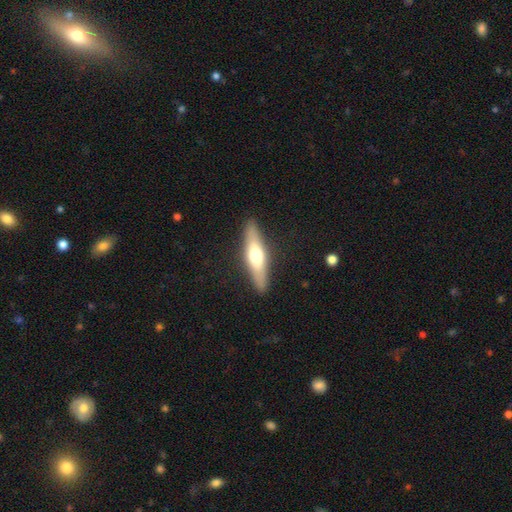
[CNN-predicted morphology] A featured or disk galaxy (50%) viewed edge-on (88%).

Vote fractions:
- Smooth or featured? featured or disk: 50% / smooth: 44% / star or artifact: 5%
- Edge-on disk? yes: 88% / no: 12%
- Merging? none: 89% / minor disturbance: 8% / major disturbance: 2% / merger: 1%